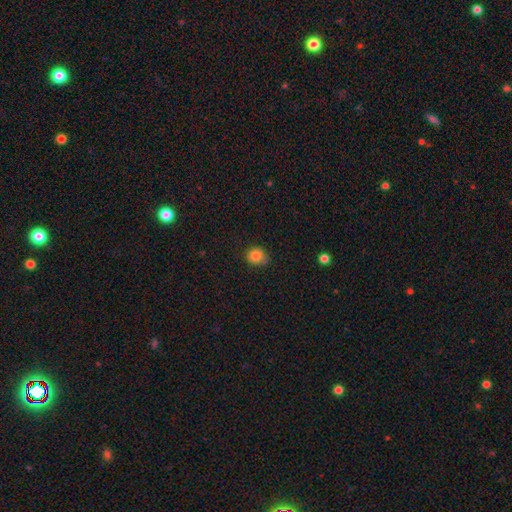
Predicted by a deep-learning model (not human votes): Smooth or featured? Predicted: smooth (p=0.83). How rounded? Predicted: round (p=0.76). Merging? Predicted: none (p=0.70).